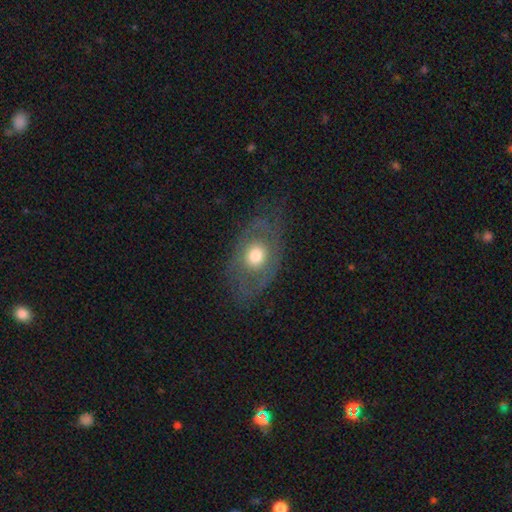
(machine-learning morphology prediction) type=smooth (48%); merging=none (71%).